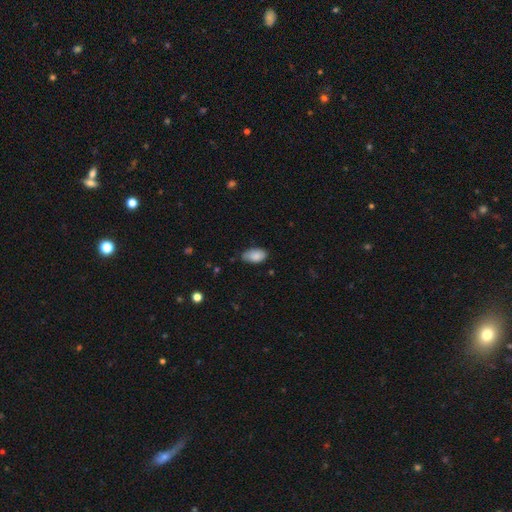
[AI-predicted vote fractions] Smooth or featured: smooth — 87% (star or artifact — 7%)
How rounded: in between — 95% (round — 3%)
Merging: none — 68% (minor disturbance — 27%)